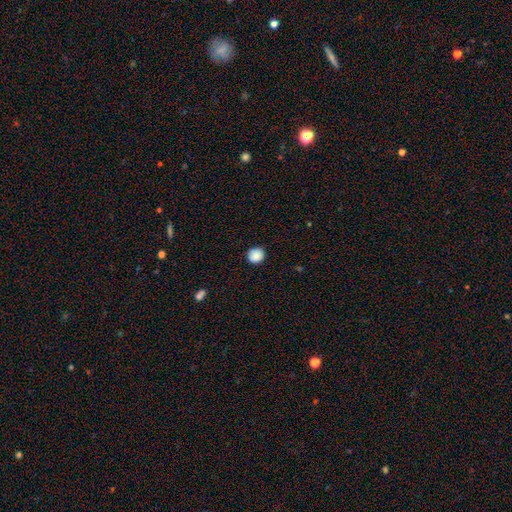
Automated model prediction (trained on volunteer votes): Overall: smooth (88%). How rounded: round (89%). Merging: none (89%).